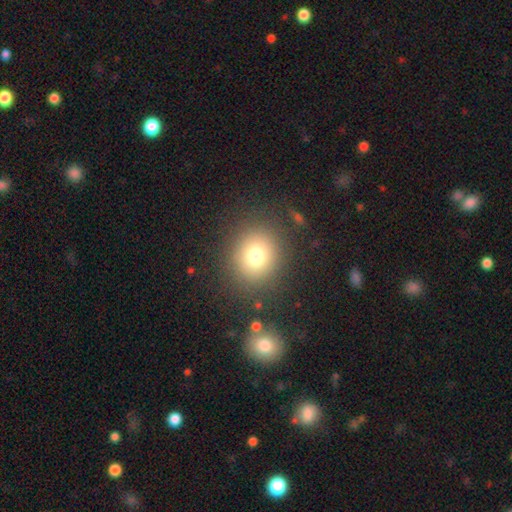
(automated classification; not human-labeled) Overall: smooth (76%). How rounded: round (76%). Merging: none (84%).